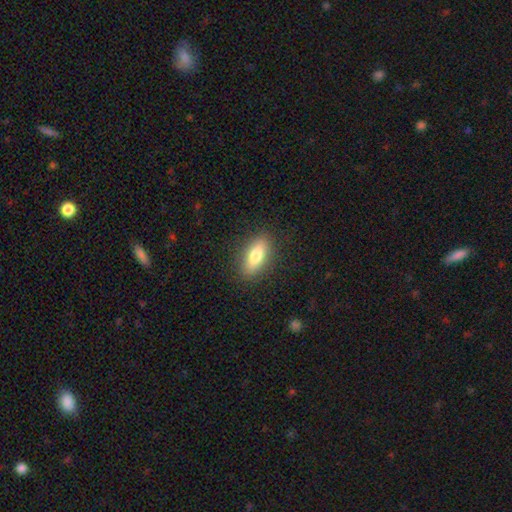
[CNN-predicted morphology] Q: Smooth or featured?
A: smooth (73%); runner-up: featured or disk (20%)
Q: How rounded?
A: in between (70%); runner-up: cigar-shaped (26%)
Q: Merging?
A: none (88%); runner-up: minor disturbance (9%)